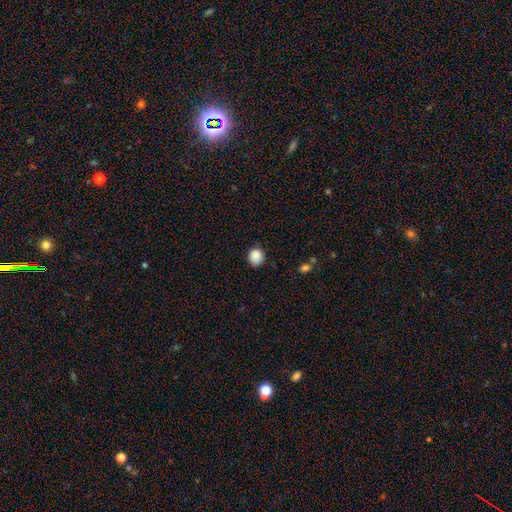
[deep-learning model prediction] Morphology: type=smooth (88%); roundness=round (82%); merging=none (80%).